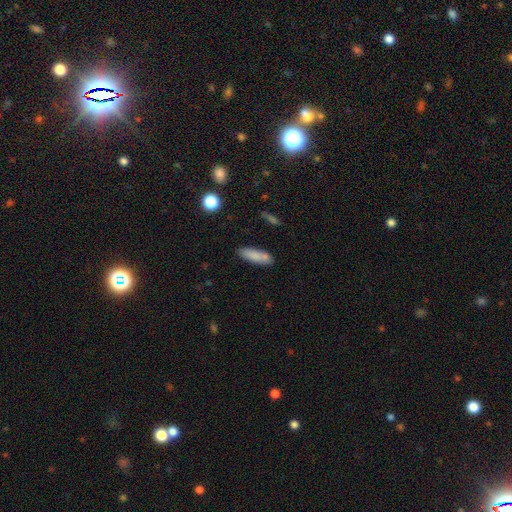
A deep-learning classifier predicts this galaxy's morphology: A smooth galaxy with no disk features (83%) that is in between round and cigar-shaped (50%). Merging: none (77%).